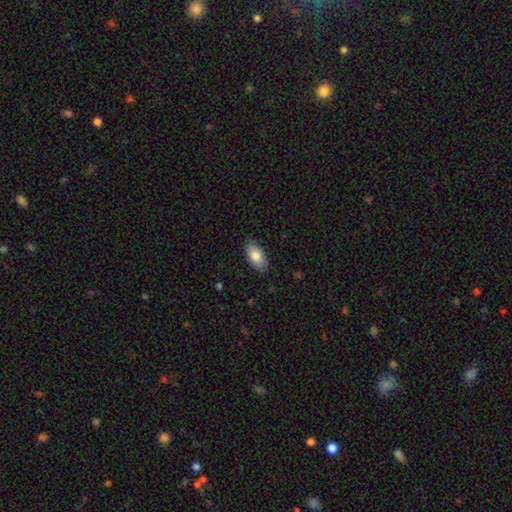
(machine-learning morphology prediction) This is likely a smooth galaxy (80%). How rounded: clearly in between (93%). Merging: clearly none (84%).